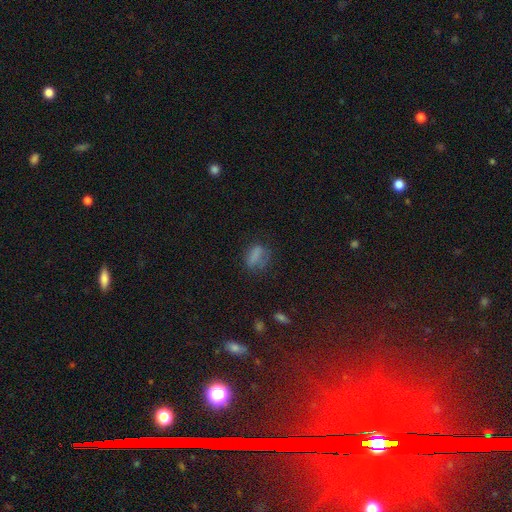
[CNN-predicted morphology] smooth 72%, star or artifact 14%, featured or disk 14%. Down the decision tree: how rounded — in between (73%); merging — none (52%).